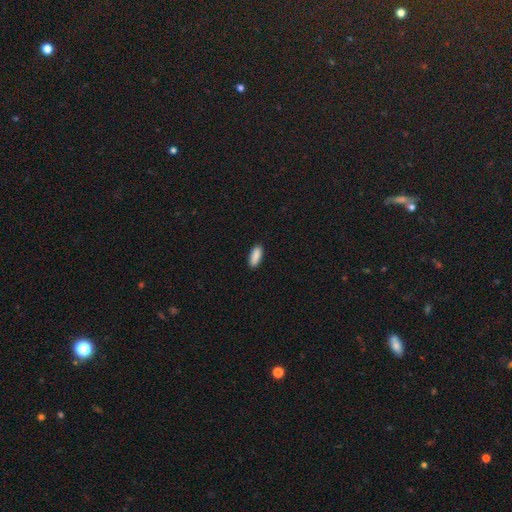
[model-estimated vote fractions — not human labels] Smooth or featured? Predicted: smooth (p=0.90). How rounded? Predicted: in between (p=0.70). Merging? Predicted: none (p=0.88).